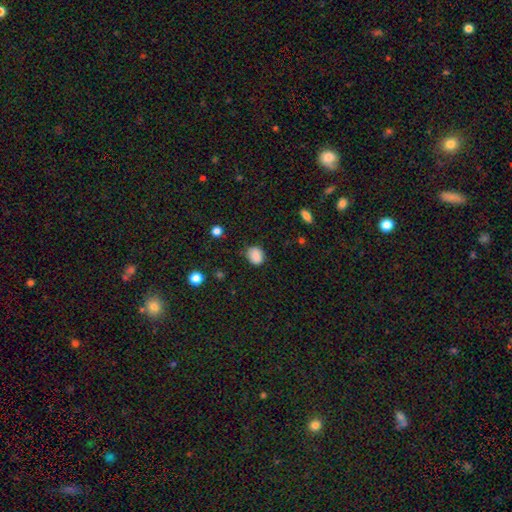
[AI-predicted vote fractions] Overall: smooth (86%). How rounded: round (64%; in between 35%). Merging: none (77%).